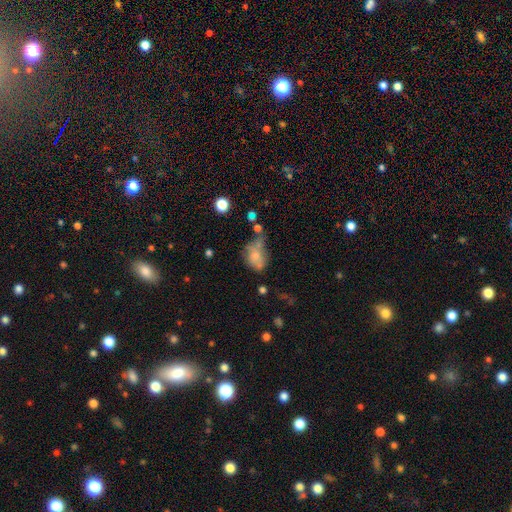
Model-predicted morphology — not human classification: A smooth galaxy with no disk features (62%) that is in between round and cigar-shaped (70%).

Vote fractions:
- Smooth or featured? smooth: 62% / featured or disk: 26% / star or artifact: 12%
- How rounded? in between: 70% / round: 28% / cigar-shaped: 2%
- Merging? major disturbance: 26% (tied) / none: 26% (tied) / minor disturbance: 26% (tied) / merger: 23%